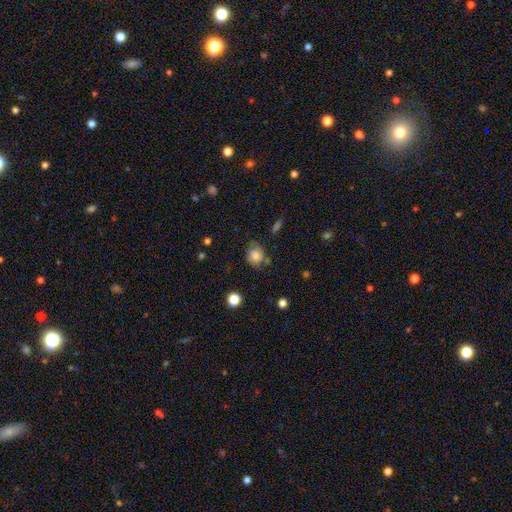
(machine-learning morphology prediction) Overall: smooth (75%). How rounded: round (55%; in between 44%). Merging: none (58%; minor disturbance 27%).